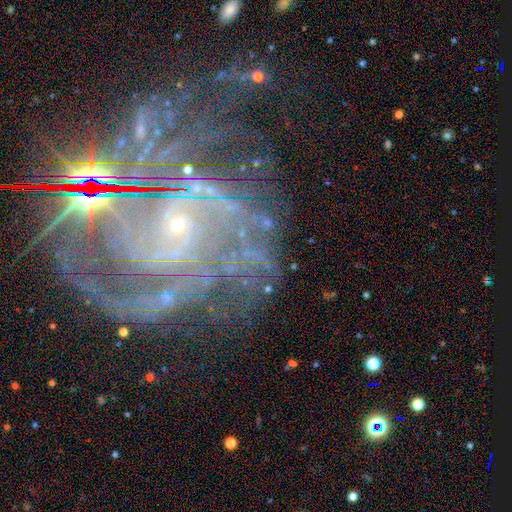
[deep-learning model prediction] smooth-or-featured: featured or disk: 78% | star or artifact: 15% | smooth: 8%
  disk-edge-on: no: 97% | yes: 3%
    bar: no: 66% | weak: 22% | strong: 12%
    has-spiral-arms: yes: 93% | no: 7%
      spiral-winding: tight: 61% | medium: 30% | loose: 9%
      spiral-arm-count: can't tell: 28% | 2: 20% | 3: 16% | 4: 14% | more than 4: 13% | 1: 9%
    bulge-size: small: 79% | moderate: 15% | none: 3% | large: 2% | dominant: 1%
  merging: none: 60% | minor disturbance: 18% | major disturbance: 17% | merger: 5%